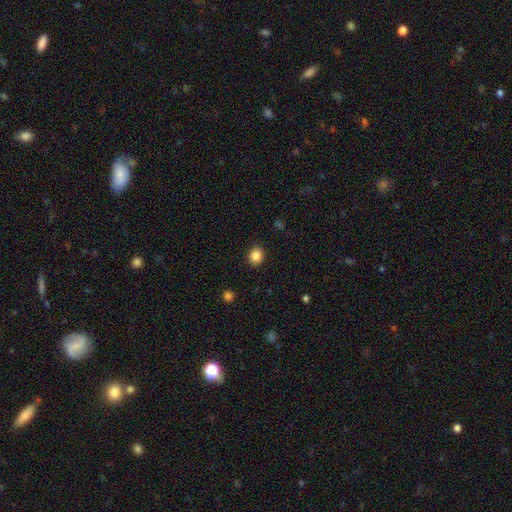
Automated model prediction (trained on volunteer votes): A smooth galaxy with no disk features (86%) that is round (73%).

Vote fractions:
- Smooth or featured? smooth: 86% / star or artifact: 10% / featured or disk: 4%
- How rounded? round: 73% / in between: 26% / cigar-shaped: 1%
- Merging? none: 91% / minor disturbance: 6% / major disturbance: 2% / merger: 1%